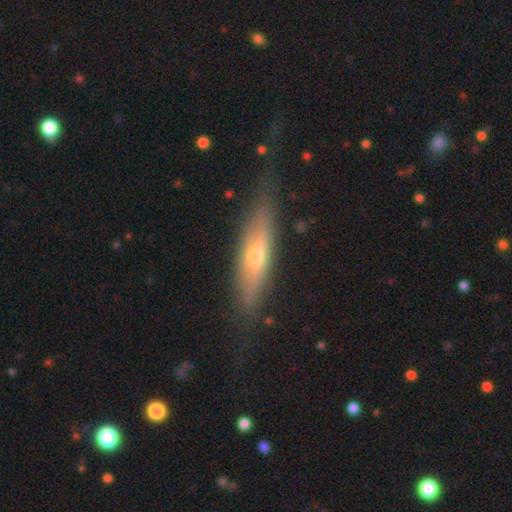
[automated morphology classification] Smooth or featured?
  - featured or disk: 57% *
  - smooth: 36%
  - star or artifact: 7%
Edge-on disk?
  - yes: 85% *
  - no: 15%
Merging?
  - none: 76% *
  - minor disturbance: 16%
  - major disturbance: 6%
  - merger: 2%